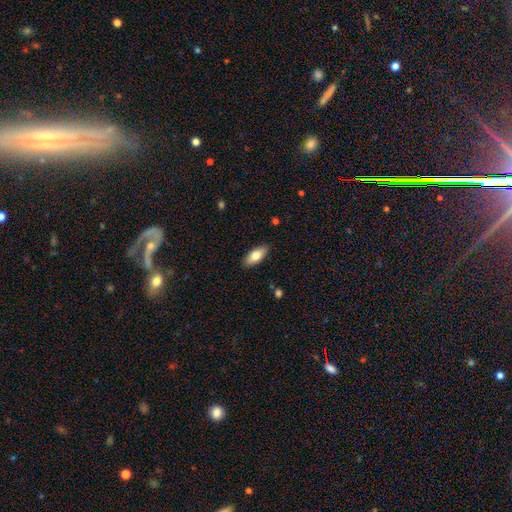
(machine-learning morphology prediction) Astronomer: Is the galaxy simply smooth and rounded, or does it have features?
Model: smooth — 77%.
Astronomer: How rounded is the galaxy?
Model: in between — 85%.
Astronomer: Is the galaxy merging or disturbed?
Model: none — 88%.